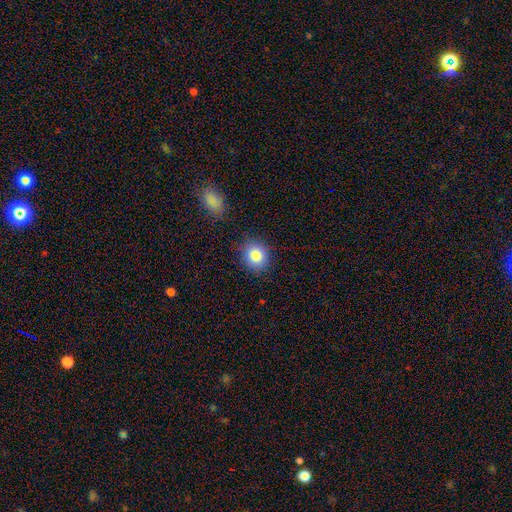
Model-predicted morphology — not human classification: The model was most divided on "how rounded": round: 75%, in between: 24%, cigar-shaped: 1%. More confident: merging — none (86%); smooth or featured — smooth (83%).